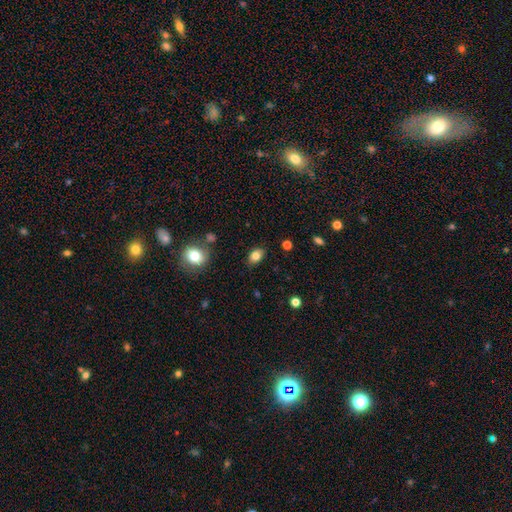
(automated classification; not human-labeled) Overall: smooth (81%). How rounded: in between (80%). Merging: none (85%).